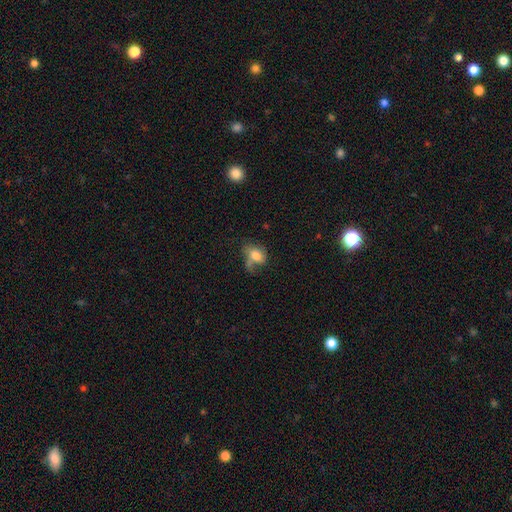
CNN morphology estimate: Smooth or featured?
  - smooth: 69% *
  - featured or disk: 21%
  - star or artifact: 9%
How rounded?
  - in between: 76% *
  - round: 23%
  - cigar-shaped: 2%
Merging?
  - none: 35% *
  - minor disturbance: 23%
  - major disturbance: 22%
  - merger: 20%